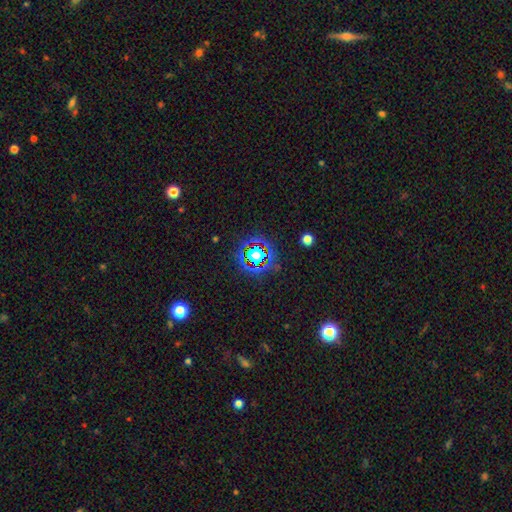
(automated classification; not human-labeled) Smooth or featured? Predicted: star or artifact (p=0.64).